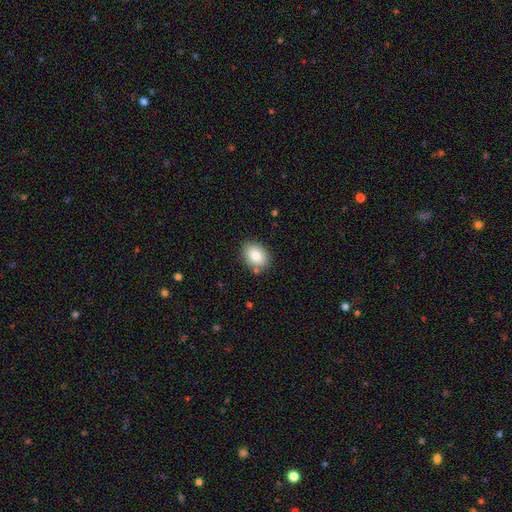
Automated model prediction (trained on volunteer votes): Smooth or featured? smooth (83%)
How rounded? in between (74%)
Merging? none (84%)